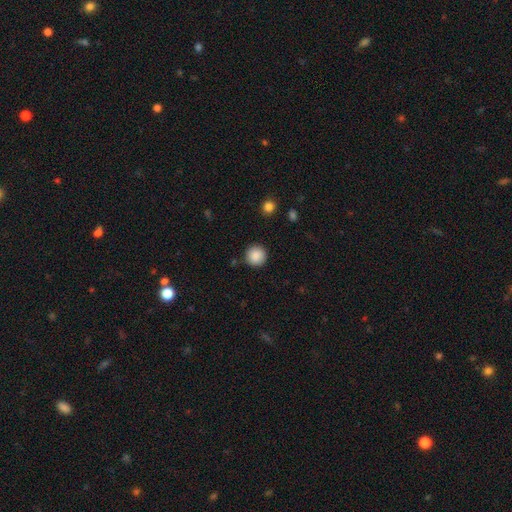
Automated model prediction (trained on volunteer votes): smooth-or-featured: smooth: 89% | star or artifact: 9% | featured or disk: 3%
  how-rounded: round: 95% | in between: 4% | cigar-shaped: 1%
  merging: none: 90% | minor disturbance: 6% | major disturbance: 2% | merger: 1%